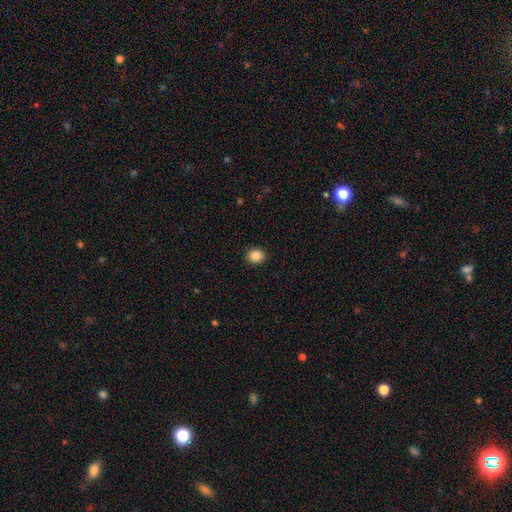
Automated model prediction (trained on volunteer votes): Morphology: type=smooth (87%); roundness=round (68%); merging=none (91%).